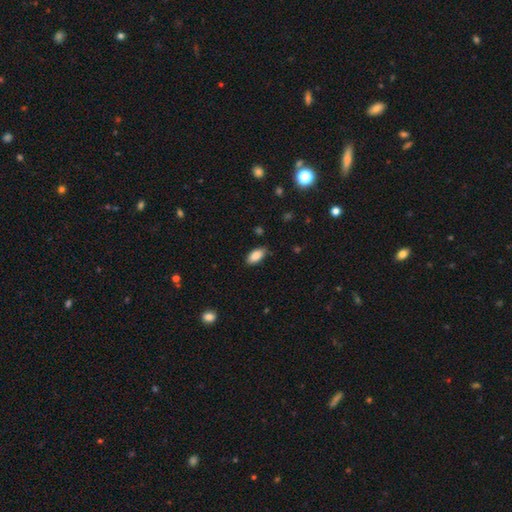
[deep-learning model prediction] Smooth or featured: smooth — 88% (star or artifact — 7%)
How rounded: in between — 92% (cigar-shaped — 5%)
Merging: none — 82% (minor disturbance — 14%)